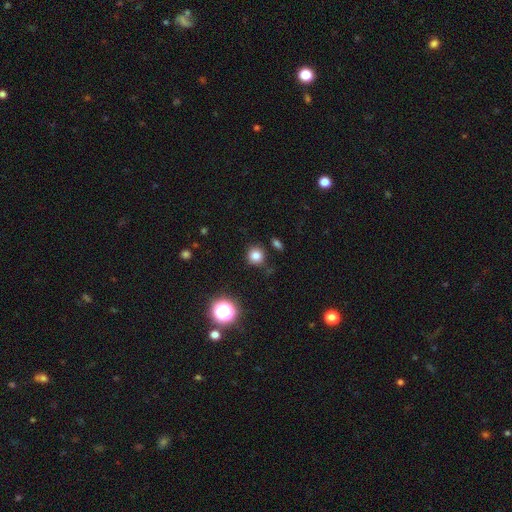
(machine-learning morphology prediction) Smooth or featured?
  - smooth: 80% *
  - star or artifact: 14%
  - featured or disk: 6%
How rounded?
  - round: 90% *
  - in between: 9%
  - cigar-shaped: 1%
Merging?
  - none: 84% *
  - minor disturbance: 10%
  - merger: 3%
  - major disturbance: 3%